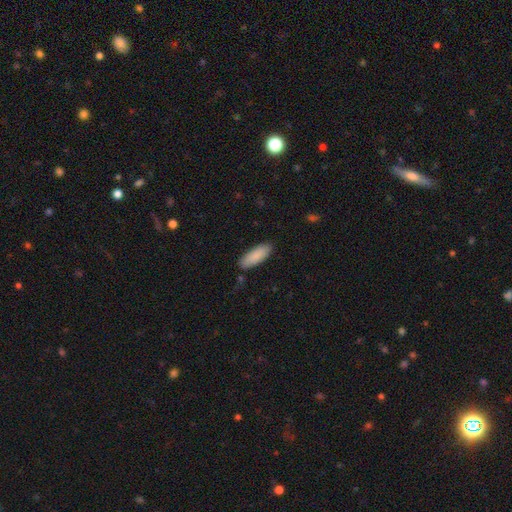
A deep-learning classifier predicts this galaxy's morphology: The model was most divided on "how rounded": in between: 70%, cigar-shaped: 29%, round: 1%. More confident: smooth or featured — smooth (89%); merging — none (86%).